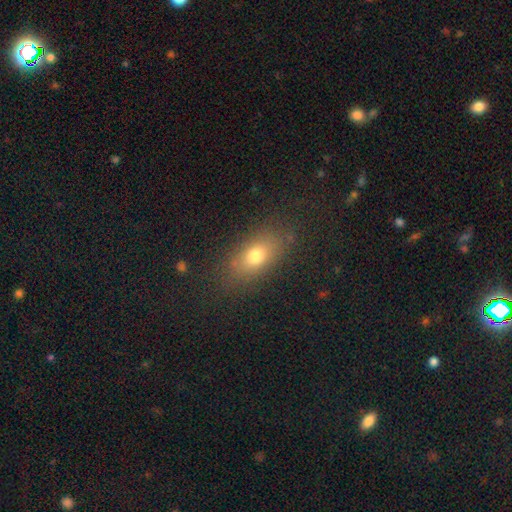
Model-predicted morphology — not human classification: This is likely a smooth galaxy (73%). How rounded: likely in between (80%). Merging: clearly none (81%).